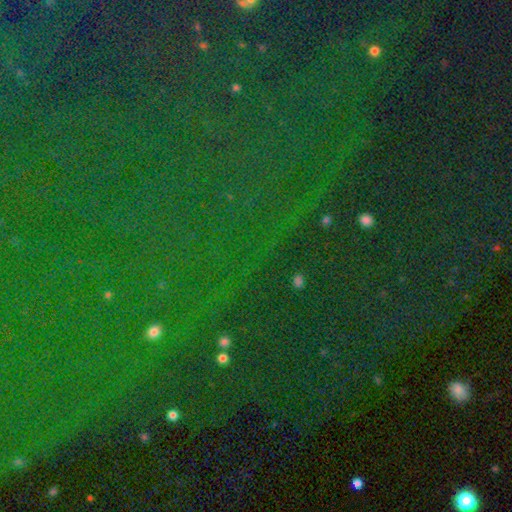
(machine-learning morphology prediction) A star or artifact, not a galaxy (83%).

Vote fractions:
- Smooth or featured? star or artifact: 83% / smooth: 10% / featured or disk: 7%